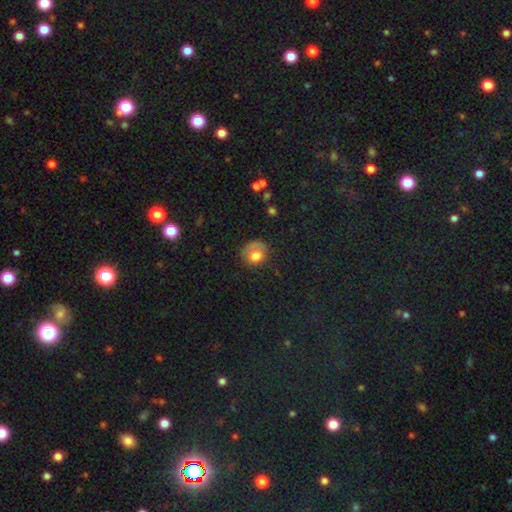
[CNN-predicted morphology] smooth_or_featured: smooth (p=0.71) [alt: featured or disk p=0.18]
how_rounded: round (p=0.64) [alt: in between p=0.35]
merging: none (p=0.48) [alt: minor disturbance p=0.27]